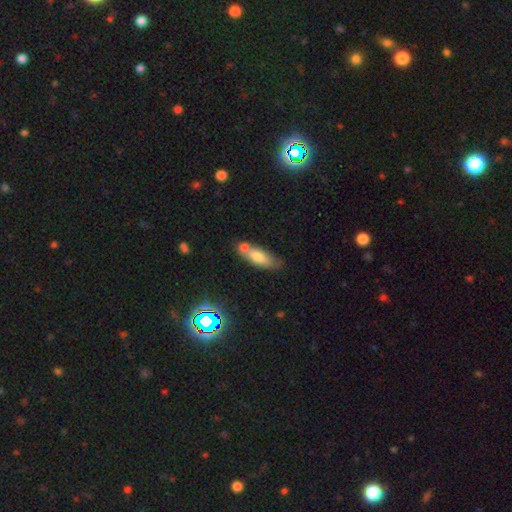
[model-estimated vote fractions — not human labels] Smooth or featured: smooth — 61% (featured or disk — 24%)
How rounded: in between — 59% (cigar-shaped — 37%)
Merging: none — 59% (merger — 22%)